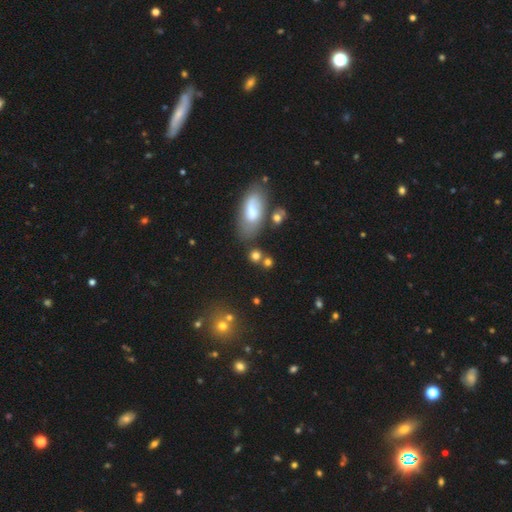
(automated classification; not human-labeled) A smooth galaxy with no disk features (73%) that is round (66%). Merging: none (60%).